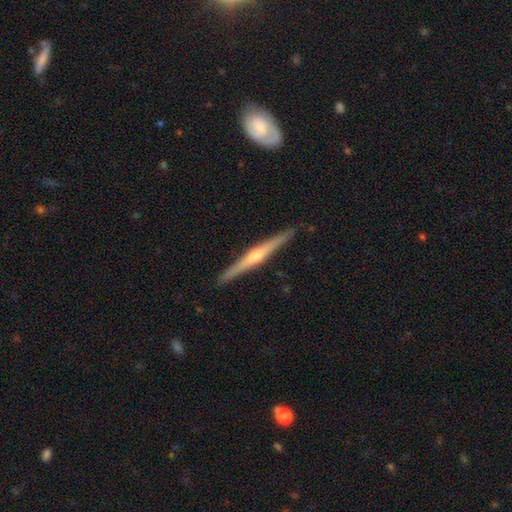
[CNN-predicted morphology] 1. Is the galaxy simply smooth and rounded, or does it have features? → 81% featured or disk, 14% smooth, 5% star or artifact.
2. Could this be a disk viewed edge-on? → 98% yes, 2% no.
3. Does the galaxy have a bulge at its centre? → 89% rounded, 7% none, 4% boxy.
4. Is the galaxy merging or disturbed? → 91% none, 6% minor disturbance, 1% major disturbance, 1% merger.